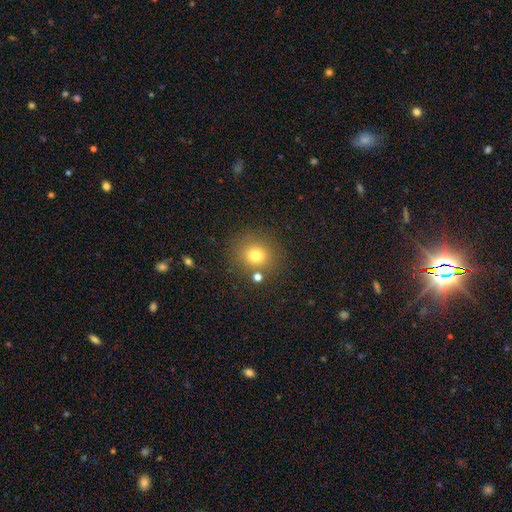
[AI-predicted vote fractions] A smooth galaxy with no disk features (74%) that is round (85%). Merging: none (78%).